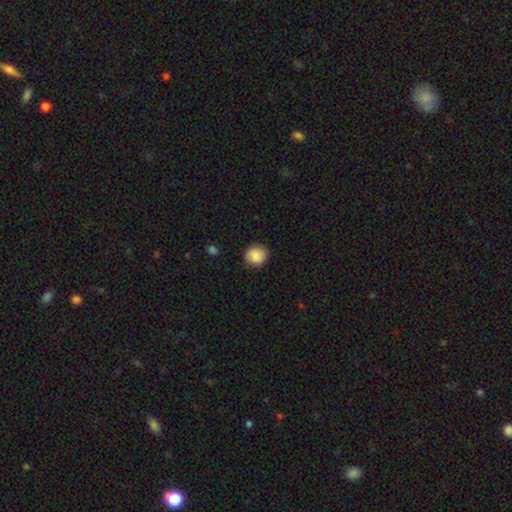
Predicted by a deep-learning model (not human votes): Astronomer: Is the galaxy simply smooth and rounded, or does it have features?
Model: smooth — 88%.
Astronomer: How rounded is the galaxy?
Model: round — 89%.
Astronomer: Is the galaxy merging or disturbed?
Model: none — 89%.